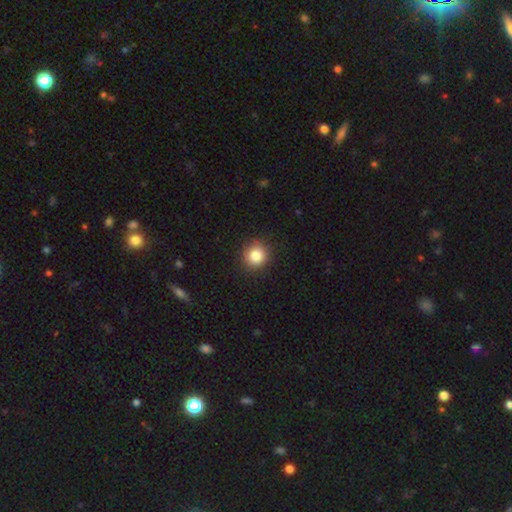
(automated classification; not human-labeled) smooth_or_featured: smooth (p=0.84) [alt: star or artifact p=0.11]
how_rounded: round (p=0.91) [alt: in between p=0.09]
merging: none (p=0.89) [alt: minor disturbance p=0.08]